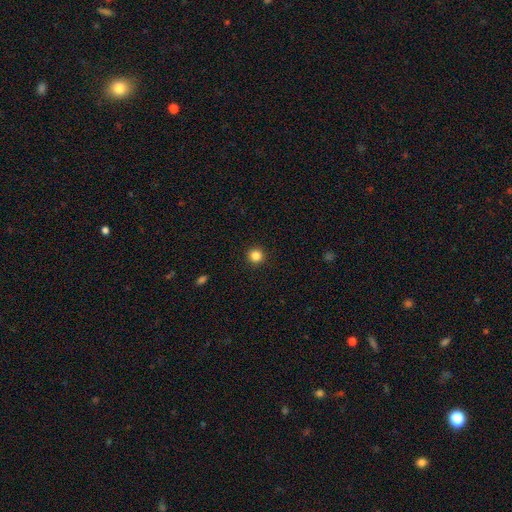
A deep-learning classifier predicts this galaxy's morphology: The model was most divided on "smooth or featured": smooth: 84%, star or artifact: 12%, featured or disk: 4%. More confident: how rounded — round (95%); merging — none (93%).